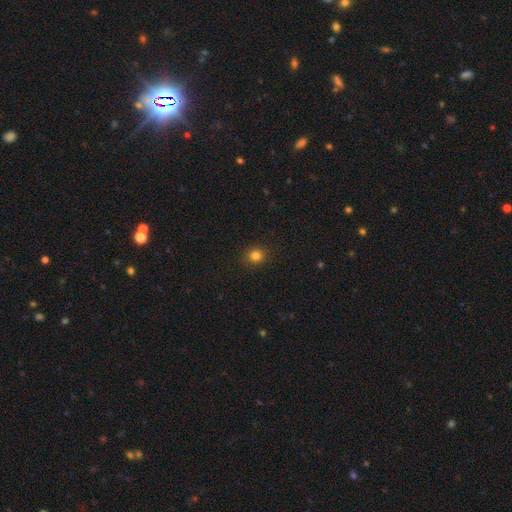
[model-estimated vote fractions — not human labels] Morphology: type=smooth (81%); roundness=round (84%); merging=none (91%).